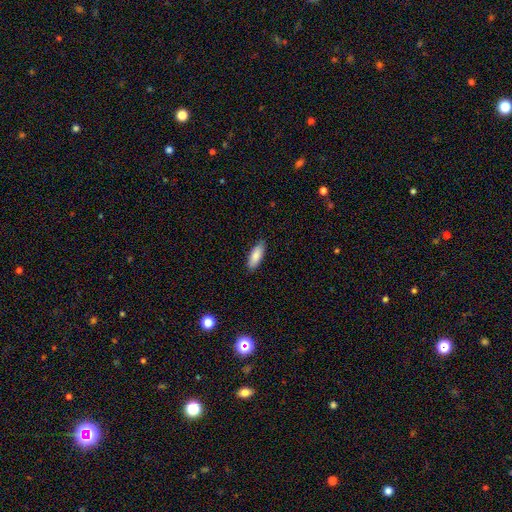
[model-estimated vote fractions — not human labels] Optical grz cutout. It shows a smooth galaxy with no disk features (86%) that is in between round and cigar-shaped (72%). Merging: none (86%).